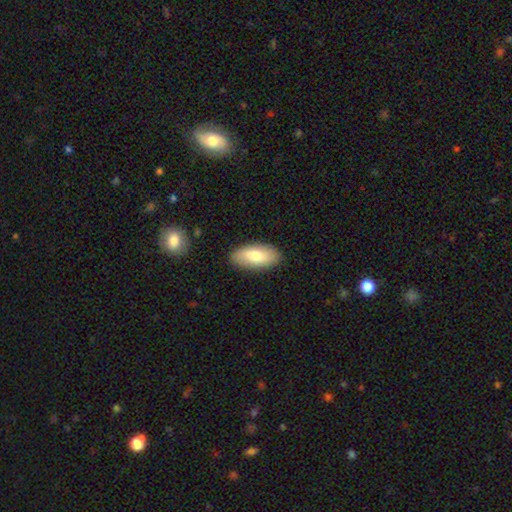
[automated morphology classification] A smooth galaxy with no disk features (76%) that is in between round and cigar-shaped (90%).

Vote fractions:
- Smooth or featured? smooth: 76% / featured or disk: 18% / star or artifact: 6%
- How rounded? in between: 90% / cigar-shaped: 8% / round: 2%
- Merging? none: 87% / minor disturbance: 9% / major disturbance: 2% / merger: 2%